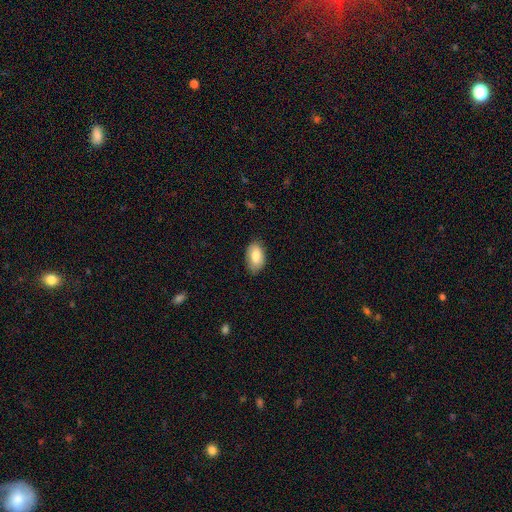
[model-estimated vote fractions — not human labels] The model was most divided on "merging": none: 78%, minor disturbance: 18%, major disturbance: 3%, merger: 1%. More confident: how rounded — in between (93%); smooth or featured — smooth (80%).